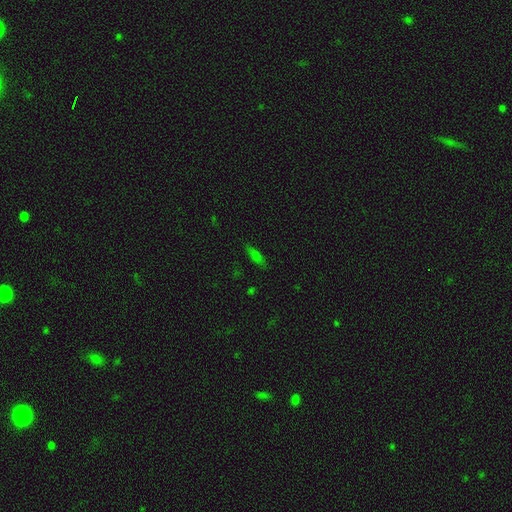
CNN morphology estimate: Overall: smooth (65%). How rounded: cigar-shaped (50%; in between 46%). Merging: none (82%).